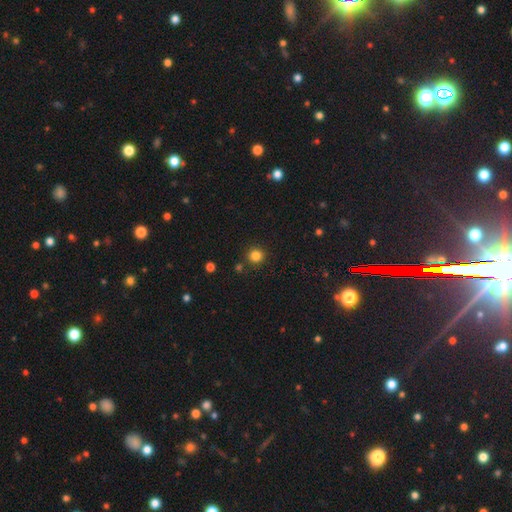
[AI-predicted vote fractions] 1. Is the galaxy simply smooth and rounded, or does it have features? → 82% smooth, 13% star or artifact, 4% featured or disk.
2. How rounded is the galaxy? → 93% round, 6% in between, 1% cigar-shaped.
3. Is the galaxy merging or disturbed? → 86% none, 7% minor disturbance, 5% merger, 2% major disturbance.